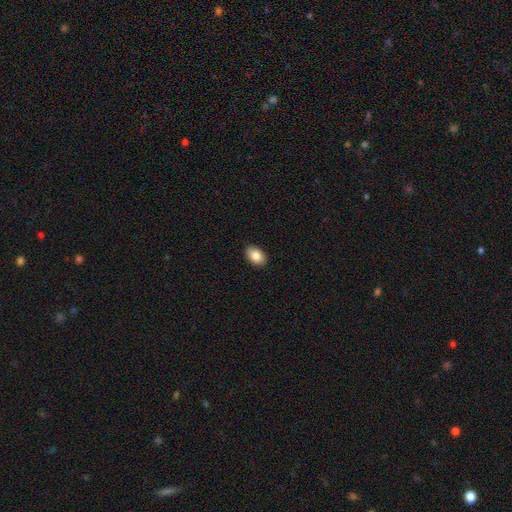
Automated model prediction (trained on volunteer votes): A smooth galaxy with no disk features (85%) that is in between round and cigar-shaped (88%). Merging: none (90%).